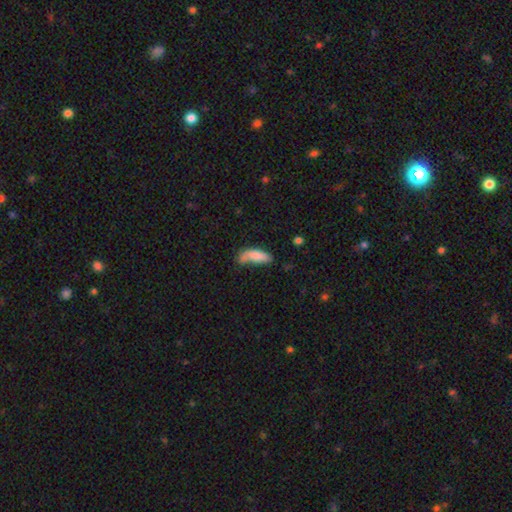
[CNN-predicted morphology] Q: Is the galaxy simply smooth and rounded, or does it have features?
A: smooth — 76%.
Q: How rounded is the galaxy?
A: in between — 64%.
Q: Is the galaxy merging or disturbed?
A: none — 38%.